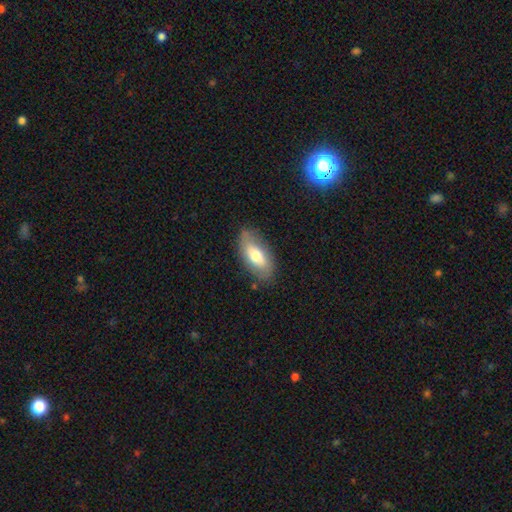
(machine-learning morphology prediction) Smooth or featured?
  - smooth: 65% *
  - featured or disk: 29%
  - star or artifact: 6%
How rounded?
  - in between: 89% *
  - cigar-shaped: 8%
  - round: 3%
Merging?
  - none: 77% *
  - minor disturbance: 17%
  - major disturbance: 4%
  - merger: 2%